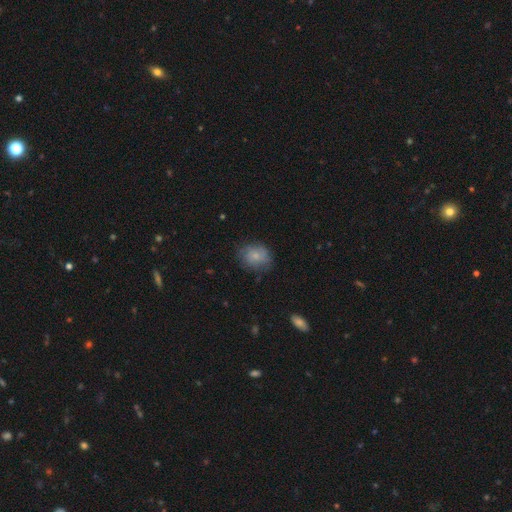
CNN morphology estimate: Overall: smooth (73%). How rounded: round (61%; in between 38%). Merging: none (69%).